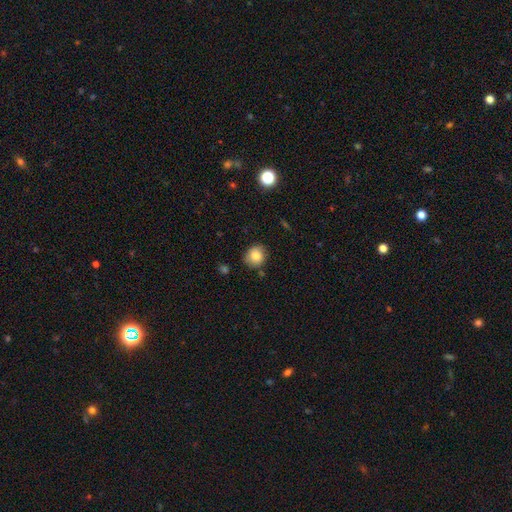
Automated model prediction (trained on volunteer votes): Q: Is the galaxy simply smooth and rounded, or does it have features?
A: smooth — 83%.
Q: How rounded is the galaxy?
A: round — 82%.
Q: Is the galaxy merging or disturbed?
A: none — 81%.